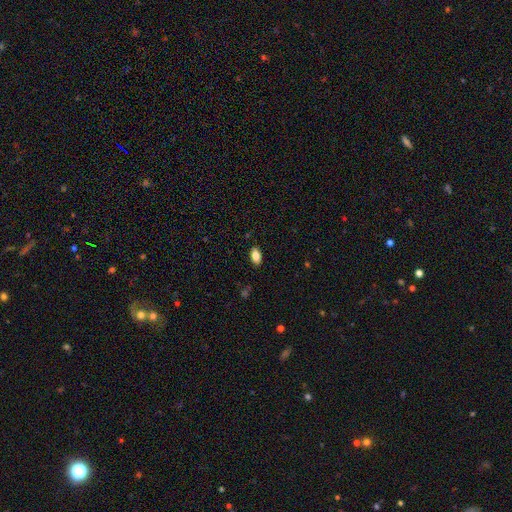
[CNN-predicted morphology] This appears to be a smooth galaxy with no disk features (84%) that is in between round and cigar-shaped (91%). Merging: none (87%).